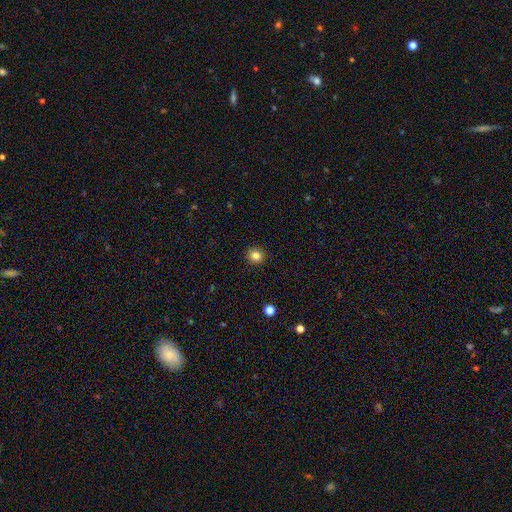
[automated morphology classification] smooth 83%, star or artifact 12%, featured or disk 5%. Down the decision tree: how rounded — round (90%); merging — none (92%).